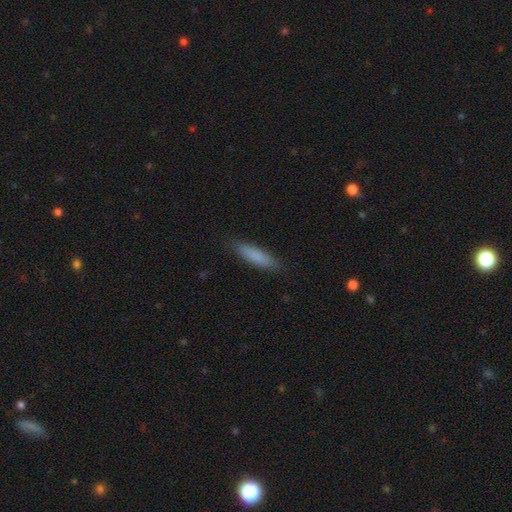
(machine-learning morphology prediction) smooth_or_featured: smooth (p=0.83) [alt: featured or disk p=0.10]
how_rounded: cigar-shaped (p=0.72) [alt: in between p=0.27]
merging: none (p=0.85) [alt: minor disturbance p=0.11]